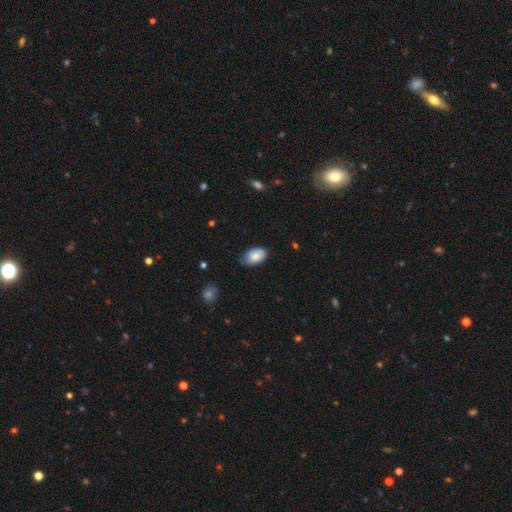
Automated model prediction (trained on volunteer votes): Smooth or featured? smooth (76%)
How rounded? in between (92%)
Merging? none (58%)